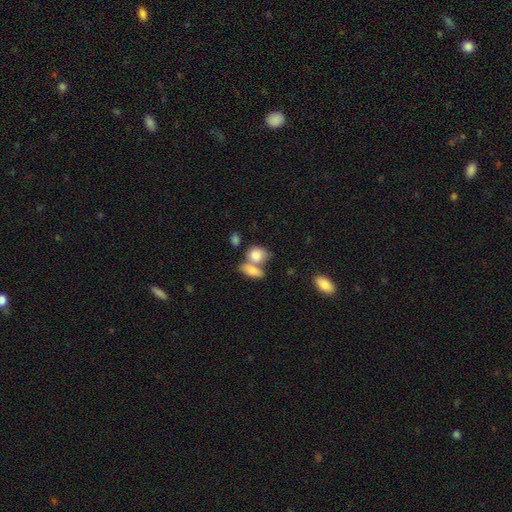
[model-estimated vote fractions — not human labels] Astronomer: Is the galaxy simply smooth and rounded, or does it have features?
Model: smooth — 81%.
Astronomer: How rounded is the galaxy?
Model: in between — 70%.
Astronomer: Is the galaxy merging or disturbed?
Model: merger — 54% (runner-up: none, 30%).